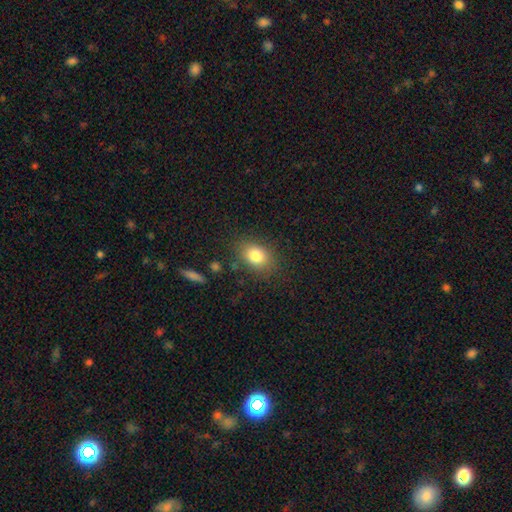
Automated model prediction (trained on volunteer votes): The model was most divided on "how rounded": in between: 69%, round: 30%, cigar-shaped: 1%. More confident: smooth or featured — smooth (81%); merging — none (81%).